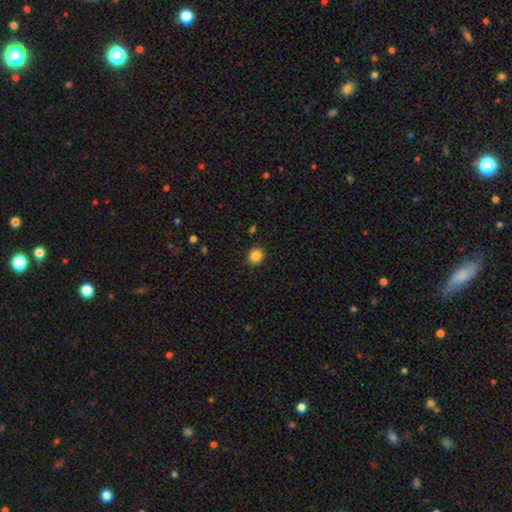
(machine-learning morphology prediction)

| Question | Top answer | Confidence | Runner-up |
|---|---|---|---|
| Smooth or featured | smooth | 85% | star or artifact (10%) |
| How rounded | round | 83% | in between (16%) |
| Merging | none | 90% | minor disturbance (7%) |